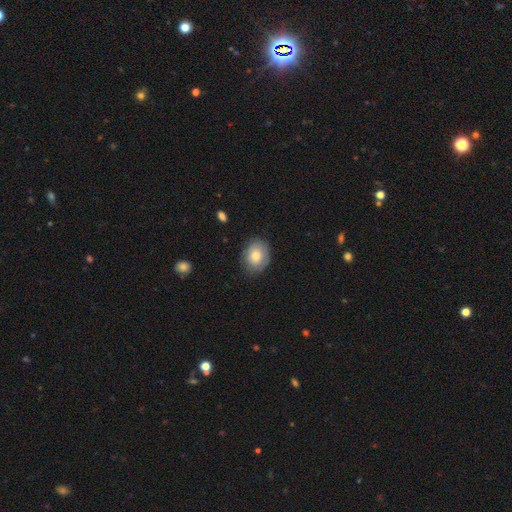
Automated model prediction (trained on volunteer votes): This is likely a smooth galaxy (76%). How rounded: possibly in between (57%). Merging: likely none (77%).